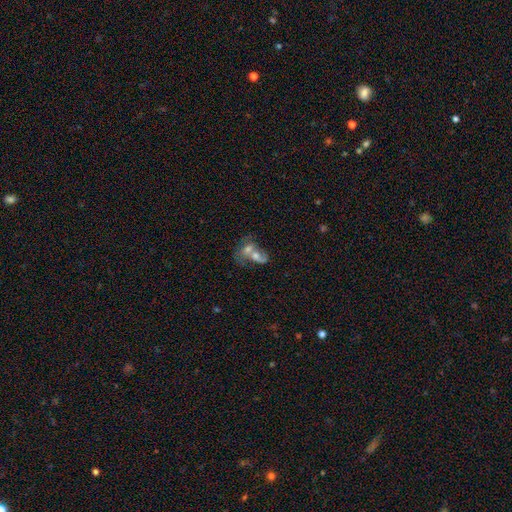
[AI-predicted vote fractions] Morphology: type=smooth (45%); merging=merger (73%).